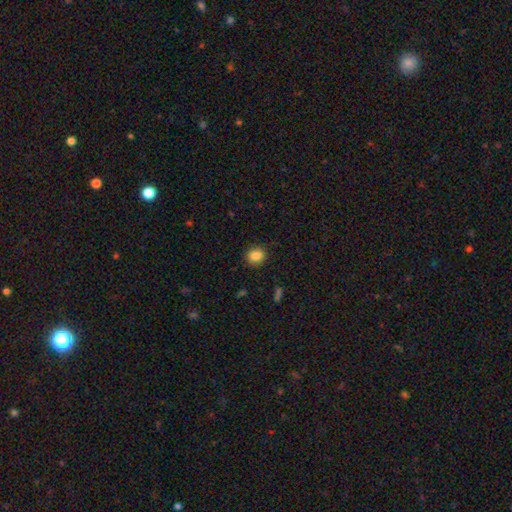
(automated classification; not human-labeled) Morphology: type=smooth (84%); roundness=round (76%); merging=none (90%).